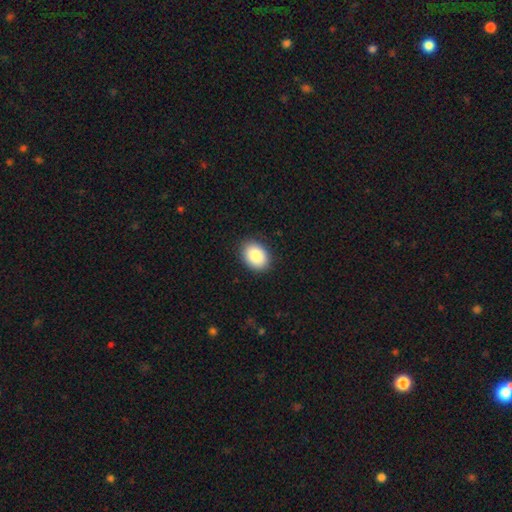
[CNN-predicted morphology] A smooth galaxy with no disk features (90%) that is in between round and cigar-shaped (71%).

Vote fractions:
- Smooth or featured? smooth: 90% / star or artifact: 7% / featured or disk: 4%
- How rounded? in between: 71% / round: 28% / cigar-shaped: 1%
- Merging? none: 89% / minor disturbance: 8% / major disturbance: 2% / merger: 1%